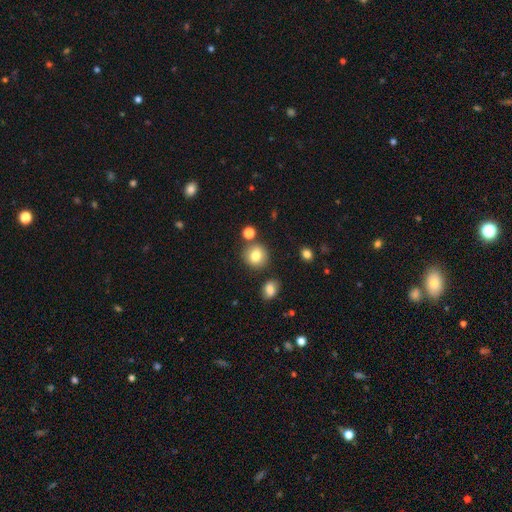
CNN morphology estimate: type=smooth (80%); roundness=round (85%); merging=none (80%).